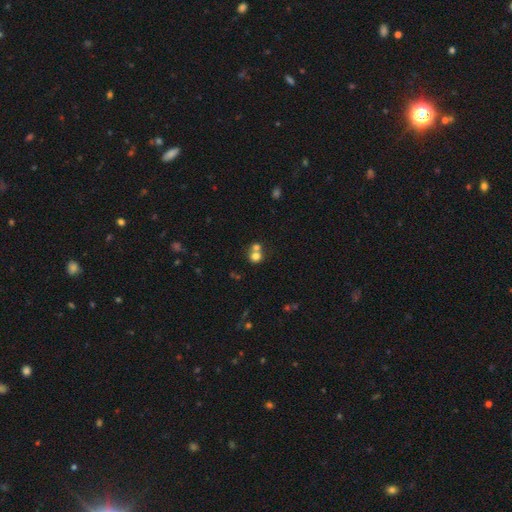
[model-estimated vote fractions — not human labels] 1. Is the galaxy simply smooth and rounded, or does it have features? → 73% smooth, 14% featured or disk, 13% star or artifact.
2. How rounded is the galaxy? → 82% round, 17% in between, 1% cigar-shaped.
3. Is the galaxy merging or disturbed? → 52% merger, 39% none, 6% minor disturbance, 3% major disturbance.